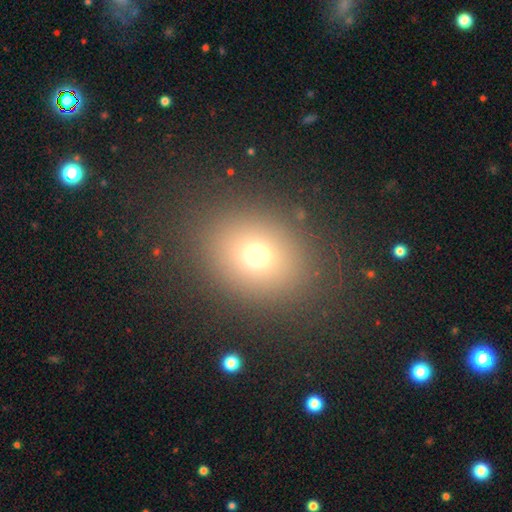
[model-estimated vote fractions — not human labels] The model was most divided on "how rounded": round: 56%, in between: 43%, cigar-shaped: 1%. More confident: merging — none (87%); smooth or featured — smooth (70%).